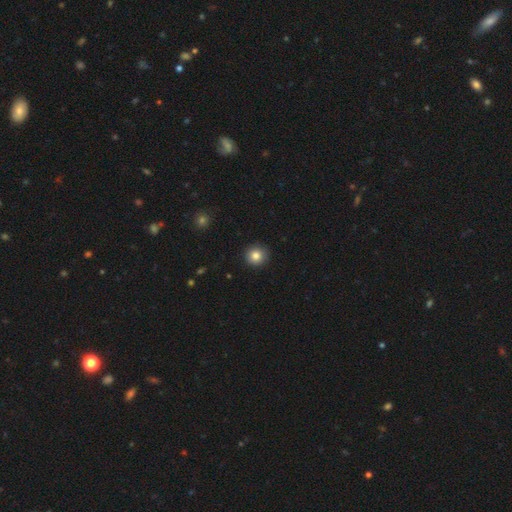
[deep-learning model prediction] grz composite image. It shows a smooth galaxy with no disk features (83%) that is round (94%). Merging: none (92%).